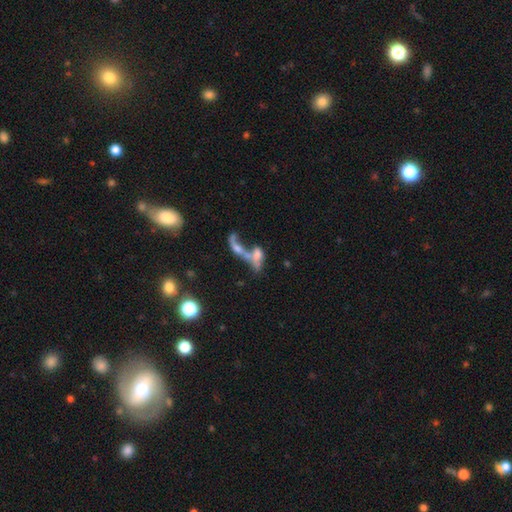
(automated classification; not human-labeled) smooth_or_featured: smooth (p=0.44) [alt: featured or disk p=0.42]
merging: merger (p=0.68) [alt: major disturbance p=0.14]